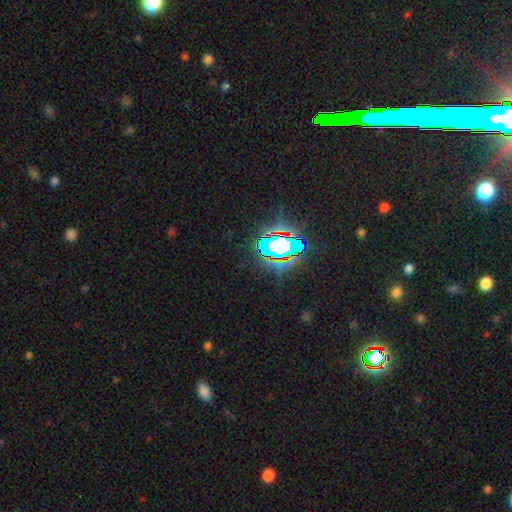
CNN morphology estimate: smooth_or_featured: star or artifact (p=0.80) [alt: smooth p=0.11]